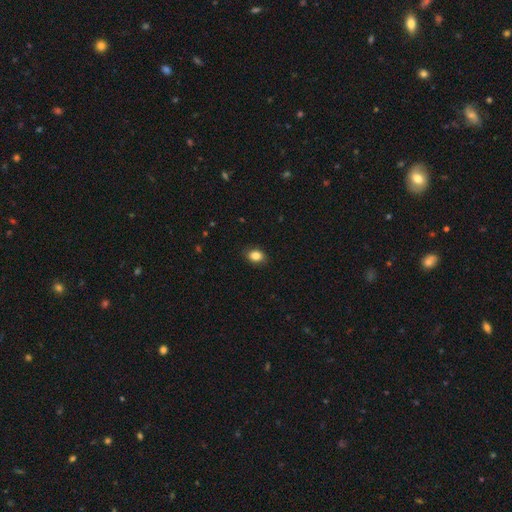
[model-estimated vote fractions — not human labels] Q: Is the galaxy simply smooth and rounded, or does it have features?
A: smooth — 85%.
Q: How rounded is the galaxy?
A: in between — 67%.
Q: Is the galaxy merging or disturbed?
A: none — 86%.